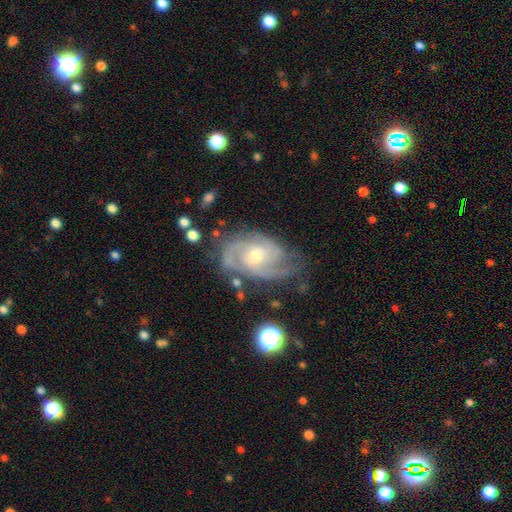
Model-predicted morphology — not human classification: smooth-or-featured: featured or disk: 87% | smooth: 7% | star or artifact: 5%
  disk-edge-on: no: 97% | yes: 3%
    bar: no: 58% | weak: 36% | strong: 6%
    has-spiral-arms: yes: 97% | no: 3%
      spiral-winding: tight: 50% | medium: 41% | loose: 9%
      spiral-arm-count: 2: 40% | 3: 27% | can't tell: 19% | 4: 5% | 1: 4% | more than 4: 4%
    bulge-size: moderate: 52% | small: 43% | large: 2% | none: 1% | dominant: 1%
  merging: none: 66% | minor disturbance: 22% | major disturbance: 10% | merger: 2%